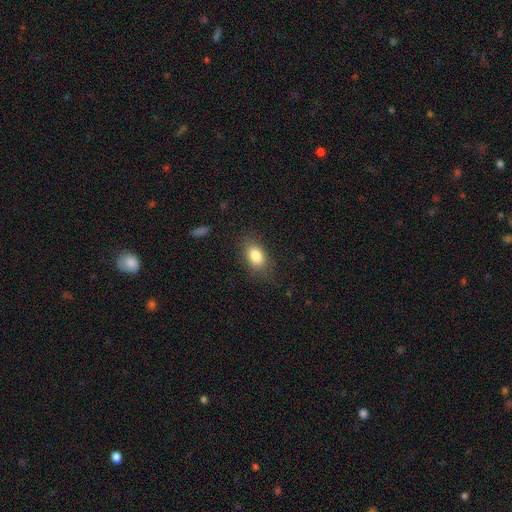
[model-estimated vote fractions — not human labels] Overall: smooth (83%). How rounded: in between (86%). Merging: none (80%).